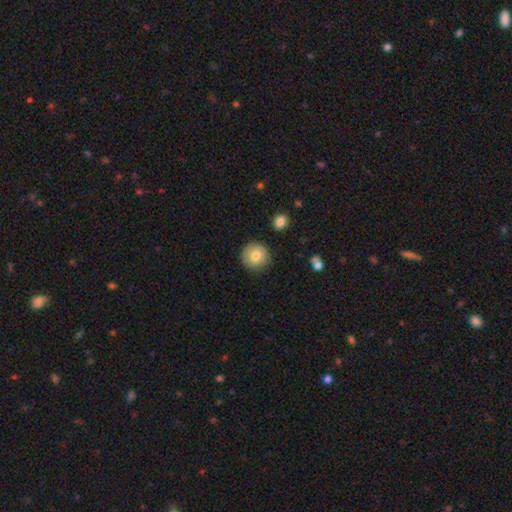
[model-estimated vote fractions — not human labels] smooth-or-featured: smooth: 78% | featured or disk: 14% | star or artifact: 8%
  how-rounded: round: 94% | in between: 5% | cigar-shaped: 1%
  merging: none: 87% | minor disturbance: 9% | major disturbance: 2% | merger: 2%